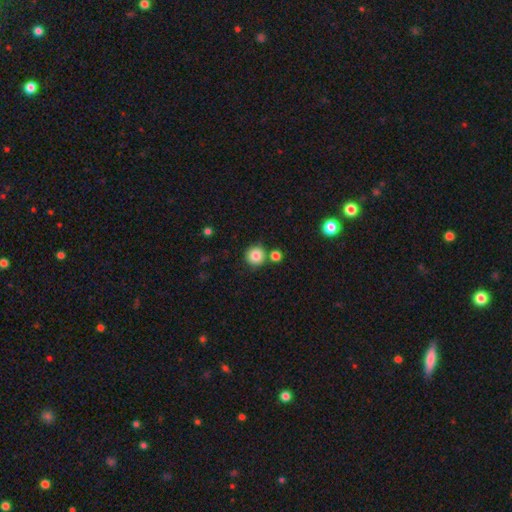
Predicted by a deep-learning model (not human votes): smooth_or_featured: smooth (p=0.84) [alt: star or artifact p=0.10]
how_rounded: round (p=0.95) [alt: in between p=0.04]
merging: none (p=0.80) [alt: merger p=0.11]